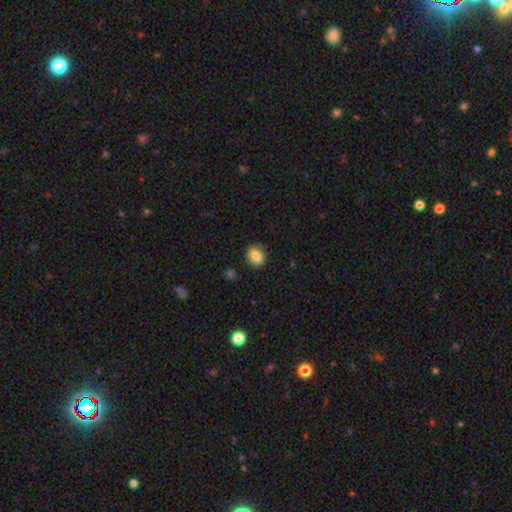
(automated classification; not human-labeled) Morphology: type=smooth (84%); roundness=round (56%); merging=none (88%).